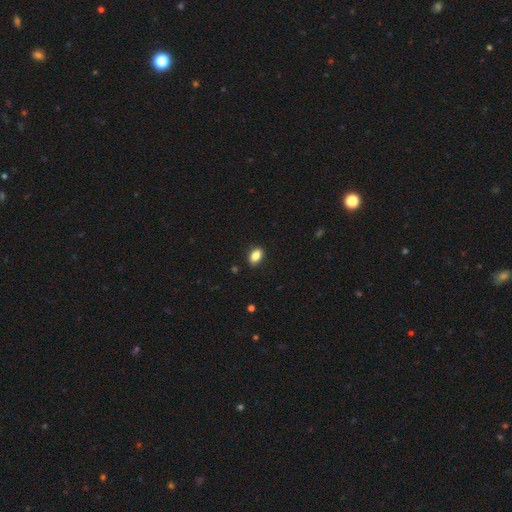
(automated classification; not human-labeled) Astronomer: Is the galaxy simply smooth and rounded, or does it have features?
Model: smooth — 85%.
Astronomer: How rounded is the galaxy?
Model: in between — 86%.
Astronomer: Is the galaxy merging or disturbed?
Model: none — 88%.